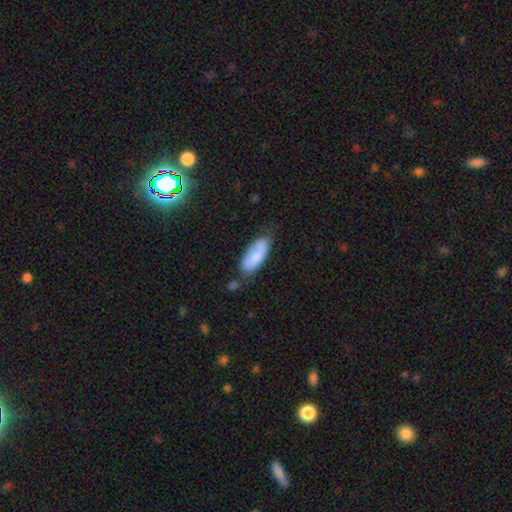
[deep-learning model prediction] Smooth or featured? smooth (79%)
How rounded? in between (78%)
Merging? none (65%)